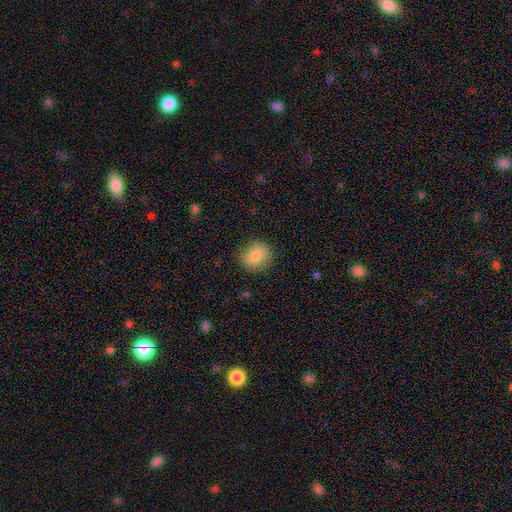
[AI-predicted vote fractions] Smooth or featured? smooth (84%)
How rounded? round (74%)
Merging? none (85%)